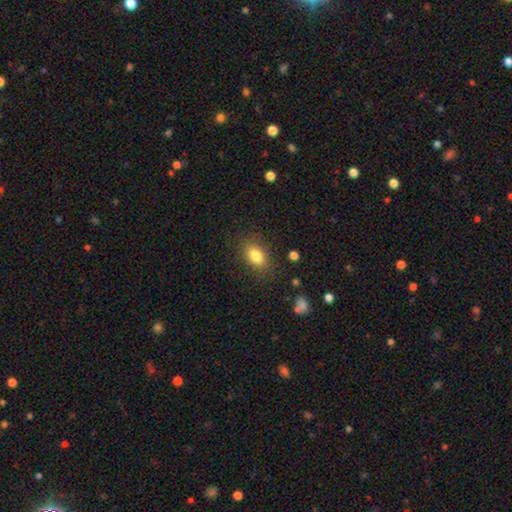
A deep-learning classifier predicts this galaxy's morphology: A smooth galaxy with no disk features (82%) that is in between round and cigar-shaped (81%). Merging: none (81%).